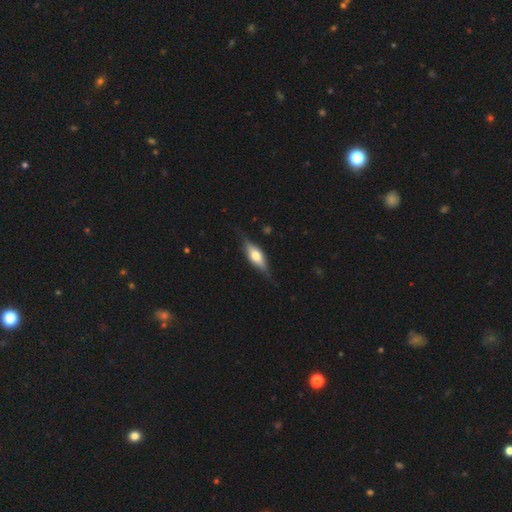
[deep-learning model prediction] The model was most divided on "smooth or featured": featured or disk: 51%, smooth: 43%, star or artifact: 6%. More confident: edge-on disk — yes (87%); merging — none (78%).